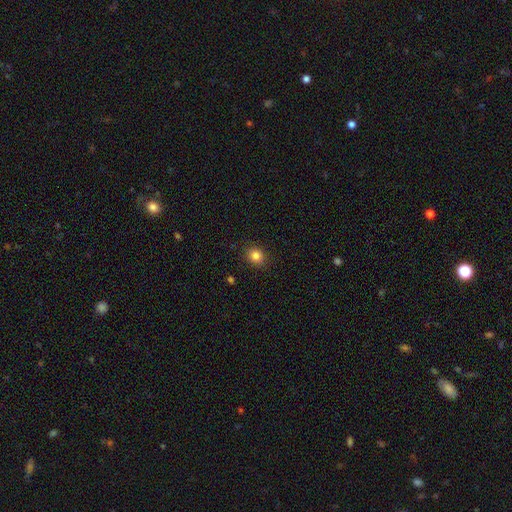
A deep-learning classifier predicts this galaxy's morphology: This appears to be a smooth galaxy with no disk features (83%) that is round (73%). Merging: none (89%).